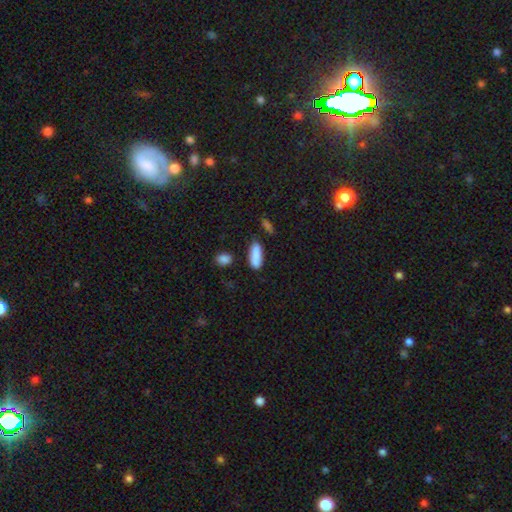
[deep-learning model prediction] smooth_or_featured: smooth (p=0.88) [alt: star or artifact p=0.07]
how_rounded: in between (p=0.64) [alt: cigar-shaped p=0.34]
merging: none (p=0.77) [alt: minor disturbance p=0.14]